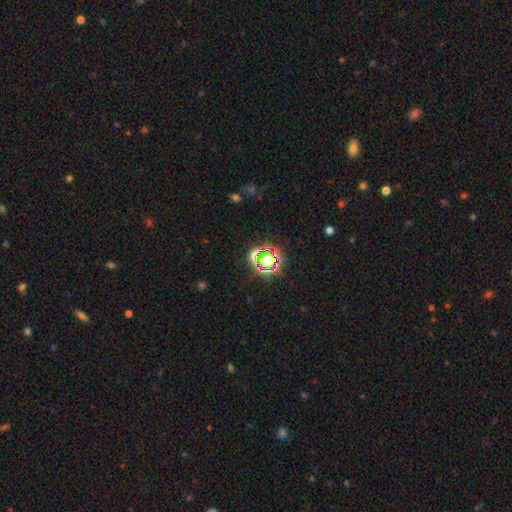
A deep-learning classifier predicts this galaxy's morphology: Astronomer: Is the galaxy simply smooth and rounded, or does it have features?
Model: star or artifact — 61%.